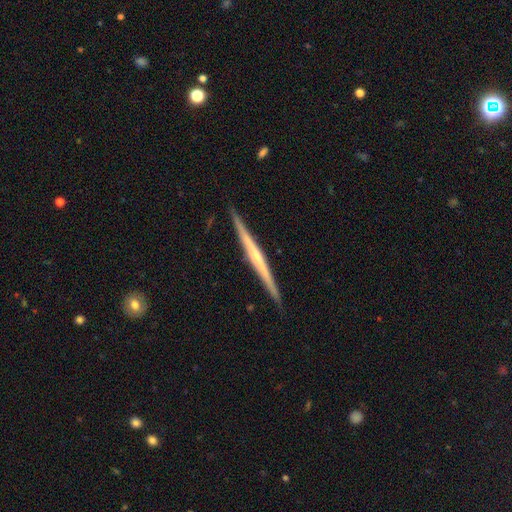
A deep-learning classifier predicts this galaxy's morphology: This appears to be a featured or disk galaxy (75%) viewed edge-on (98%) with a rounded central bulge (52%). Merging: none (91%).